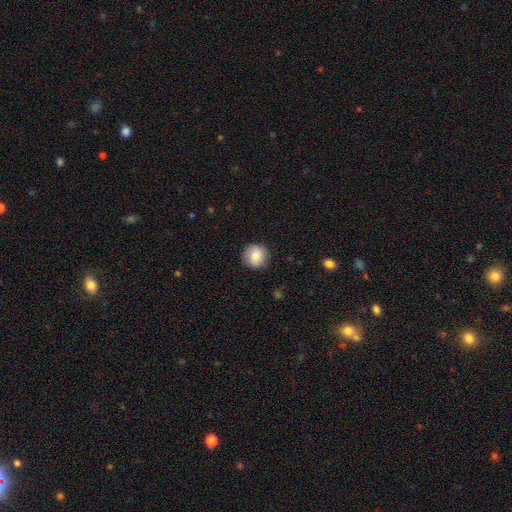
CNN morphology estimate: Q: Smooth or featured?
A: smooth (82%); runner-up: featured or disk (11%)
Q: How rounded?
A: round (93%); runner-up: in between (6%)
Q: Merging?
A: none (87%); runner-up: minor disturbance (10%)